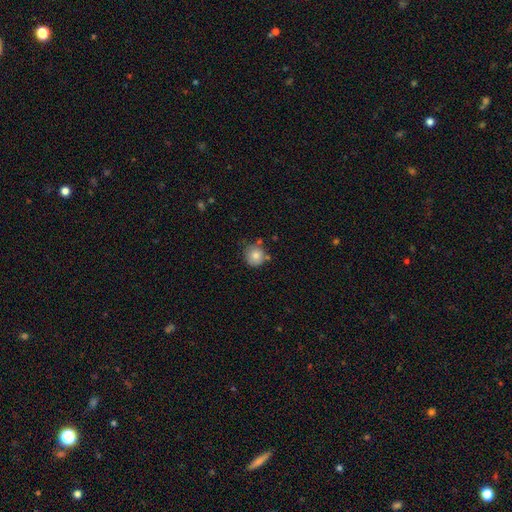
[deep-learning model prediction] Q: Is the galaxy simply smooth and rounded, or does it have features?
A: smooth — 80%.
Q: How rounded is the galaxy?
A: round — 90%.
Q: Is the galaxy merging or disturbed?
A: none — 67%.